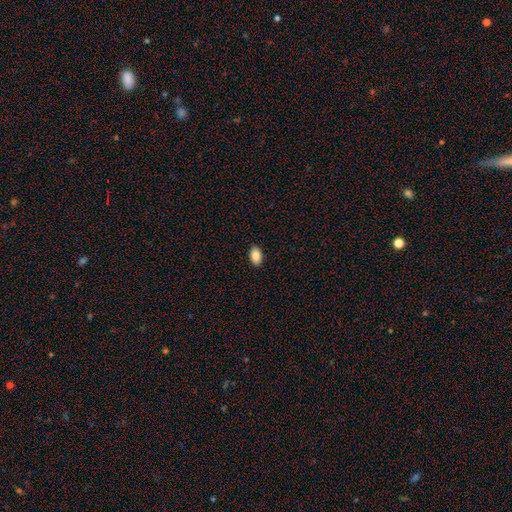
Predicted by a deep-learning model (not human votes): Q: Smooth or featured?
A: smooth (85%); runner-up: star or artifact (8%)
Q: How rounded?
A: in between (93%); runner-up: round (6%)
Q: Merging?
A: none (90%); runner-up: minor disturbance (7%)